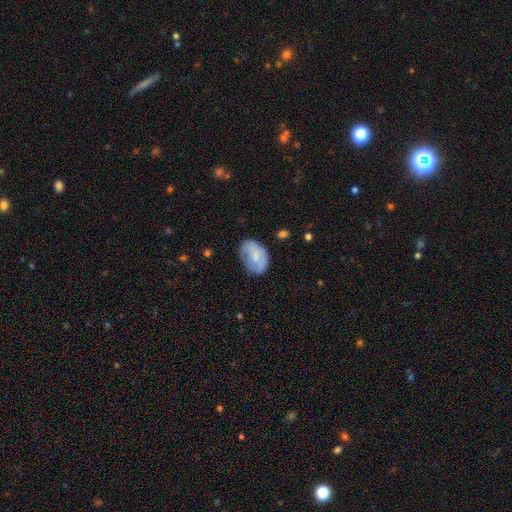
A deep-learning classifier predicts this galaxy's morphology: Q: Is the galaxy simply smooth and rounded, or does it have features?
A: smooth — 65%.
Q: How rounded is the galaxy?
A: in between — 85%.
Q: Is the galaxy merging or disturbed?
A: none — 58%.